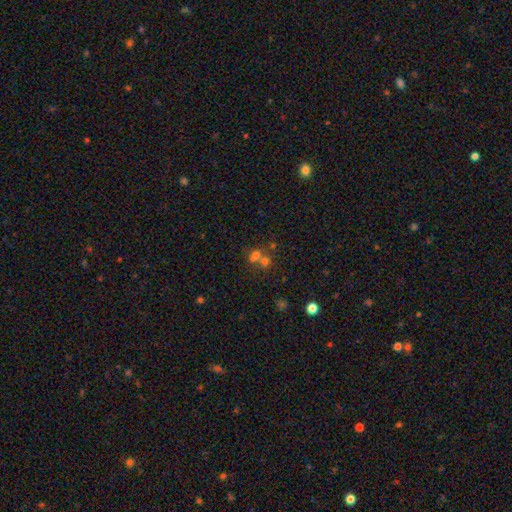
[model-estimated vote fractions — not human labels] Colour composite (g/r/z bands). It shows a smooth galaxy with no disk features (57%) that is round (70%). Merging: merger (55%).